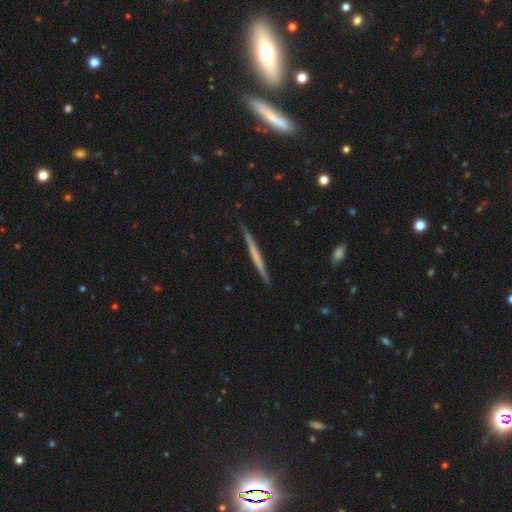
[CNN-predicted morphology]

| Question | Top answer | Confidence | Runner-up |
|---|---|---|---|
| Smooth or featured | featured or disk | 51% | smooth (44%) |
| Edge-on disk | yes | 98% | no (2%) |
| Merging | none | 90% | minor disturbance (8%) |